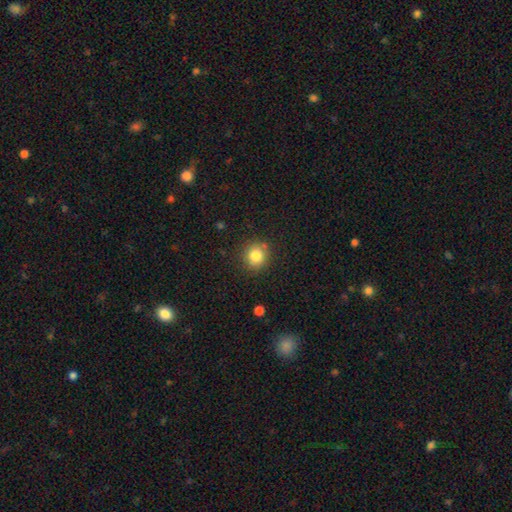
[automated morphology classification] smooth-or-featured: smooth: 82% | star or artifact: 11% | featured or disk: 7%
  how-rounded: round: 86% | in between: 13% | cigar-shaped: 1%
  merging: none: 83% | minor disturbance: 10% | merger: 3% | major disturbance: 3%